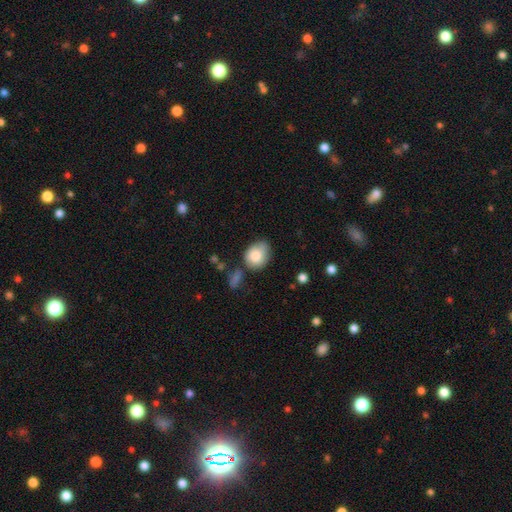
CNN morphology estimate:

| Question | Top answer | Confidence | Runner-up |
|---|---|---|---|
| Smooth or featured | smooth | 82% | featured or disk (11%) |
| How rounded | in between | 52% | round (47%) |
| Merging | none | 48% | minor disturbance (34%) |